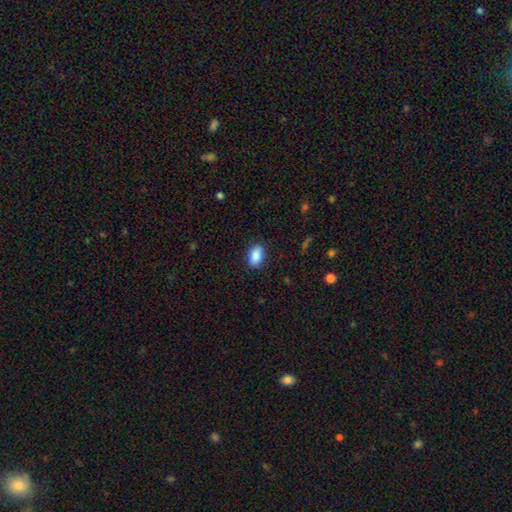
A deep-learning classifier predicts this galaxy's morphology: Smooth or featured? smooth (88%)
How rounded? in between (91%)
Merging? none (87%)